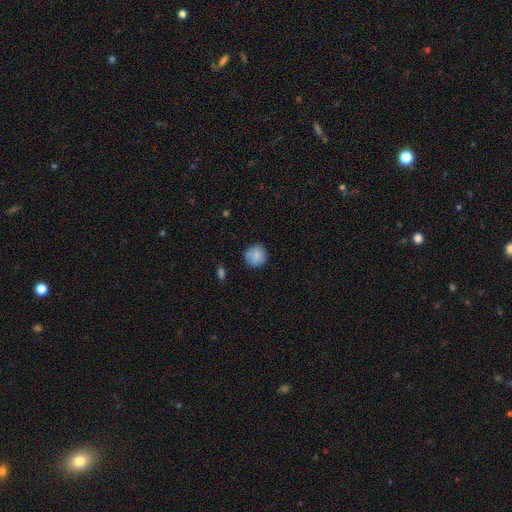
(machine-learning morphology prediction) This appears to be a smooth galaxy with no disk features (86%) that is round (91%). Merging: none (83%).